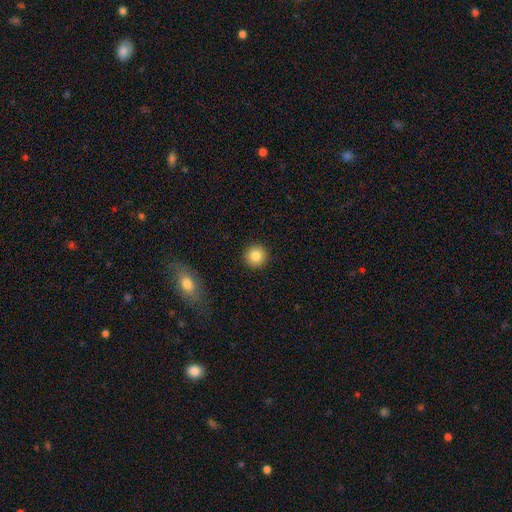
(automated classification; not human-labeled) Overall: smooth (84%). How rounded: round (95%). Merging: none (92%).